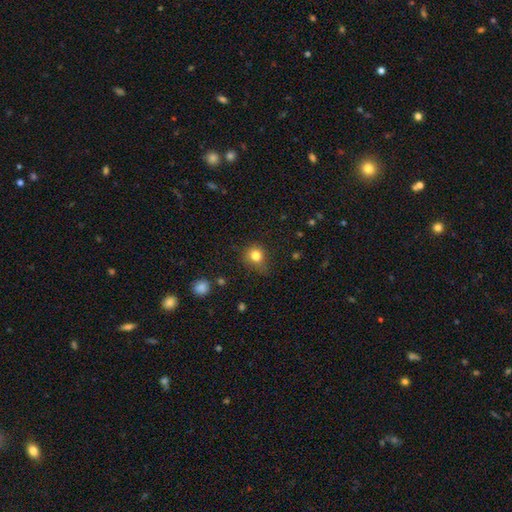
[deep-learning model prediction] A smooth galaxy with no disk features (81%) that is round (78%). Merging: none (64%).